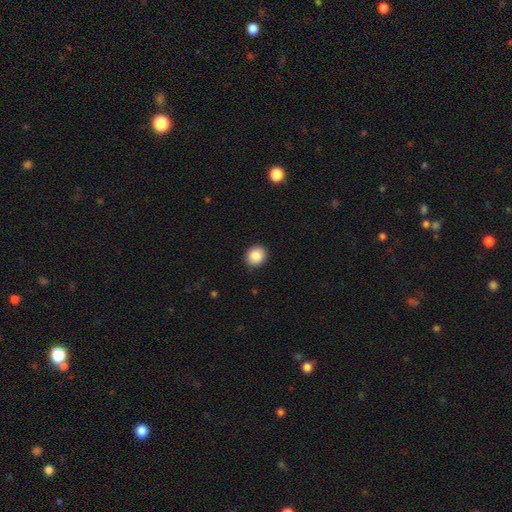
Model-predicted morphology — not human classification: Smooth or featured?
  - smooth: 88% *
  - star or artifact: 8%
  - featured or disk: 4%
How rounded?
  - round: 75% *
  - in between: 24%
  - cigar-shaped: 1%
Merging?
  - none: 90% *
  - minor disturbance: 8%
  - major disturbance: 2%
  - merger: 1%